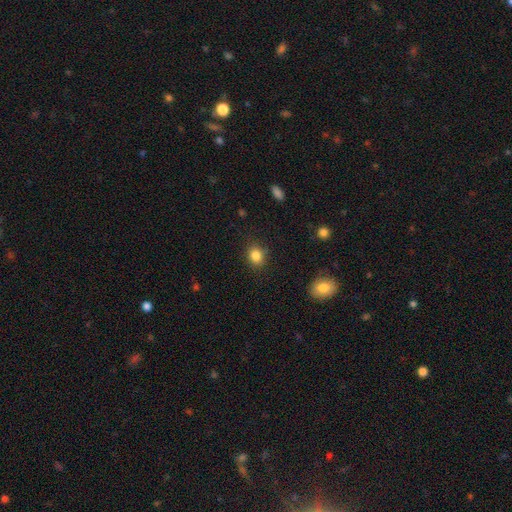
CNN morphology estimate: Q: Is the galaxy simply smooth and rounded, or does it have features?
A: smooth — 85%.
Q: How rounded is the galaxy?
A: round — 64%.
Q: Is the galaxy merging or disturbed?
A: none — 84%.